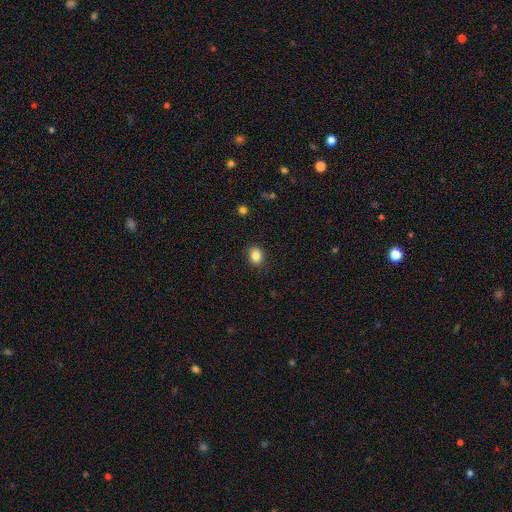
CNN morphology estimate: A smooth galaxy with no disk features (85%) that is round (60%). Merging: none (89%).